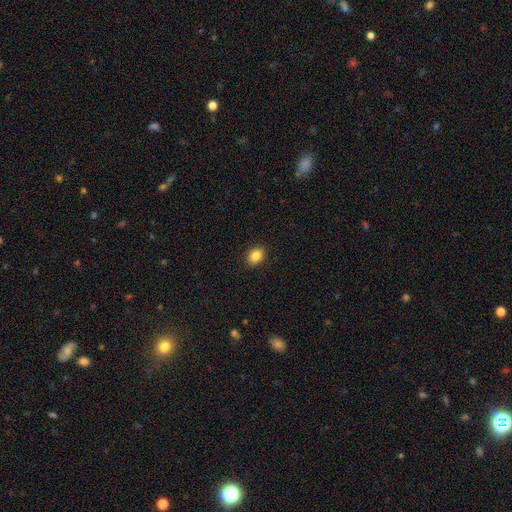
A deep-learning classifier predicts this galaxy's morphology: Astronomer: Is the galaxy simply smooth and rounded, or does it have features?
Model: smooth — 86%.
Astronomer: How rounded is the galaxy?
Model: in between — 72%.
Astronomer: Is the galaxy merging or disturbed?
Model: none — 90%.